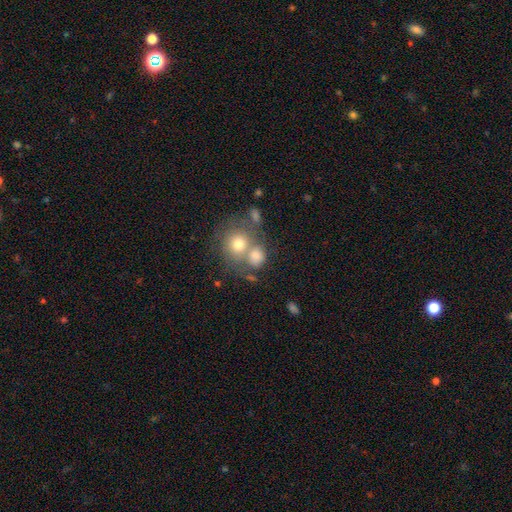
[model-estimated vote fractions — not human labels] Smooth or featured: smooth — 73% (featured or disk — 16%)
How rounded: round — 69% (in between — 29%)
Merging: merger — 50% (none — 34%)